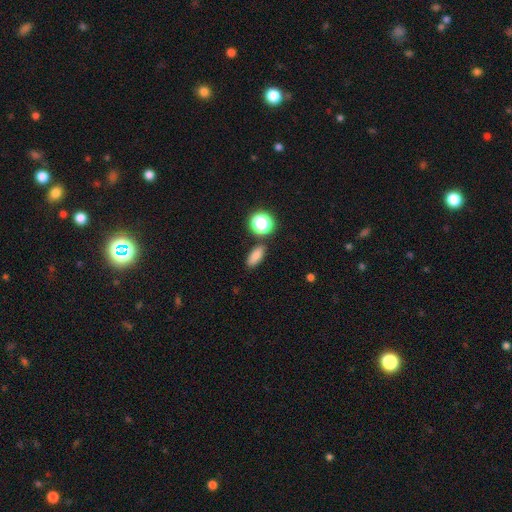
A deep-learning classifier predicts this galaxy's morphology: Smooth or featured? Predicted: smooth (p=0.81). How rounded? Predicted: in between (p=0.75). Merging? Predicted: none (p=0.83).